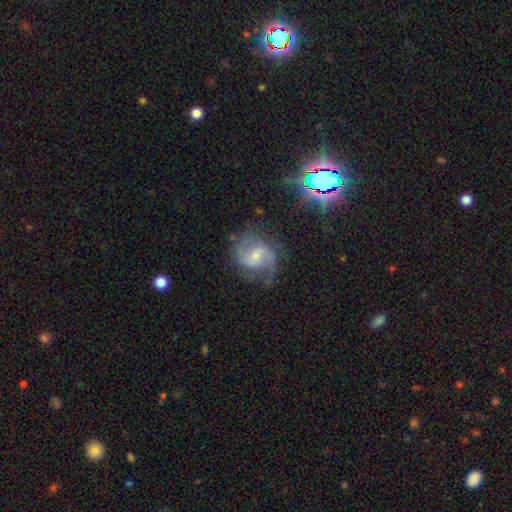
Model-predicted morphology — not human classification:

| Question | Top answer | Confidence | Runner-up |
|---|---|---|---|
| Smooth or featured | featured or disk | 82% | smooth (10%) |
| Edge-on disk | no | 98% | yes (2%) |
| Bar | weak | 52% | no (30%) |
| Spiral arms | yes | 95% | no (5%) |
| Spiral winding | medium | 52% | loose (33%) |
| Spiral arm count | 2 | 84% | can't tell (6%) |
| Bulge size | small | 64% | moderate (27%) |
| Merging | none | 65% | minor disturbance (19%) |